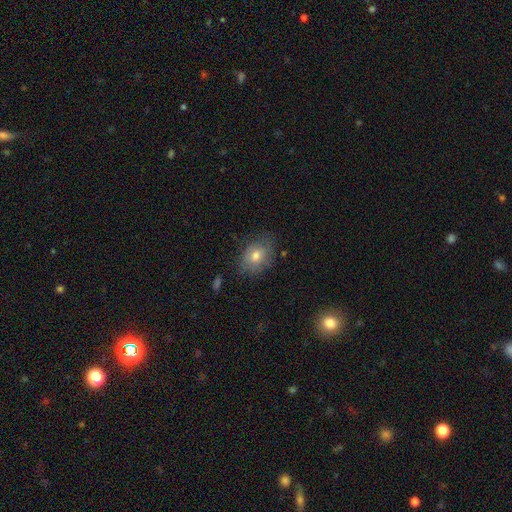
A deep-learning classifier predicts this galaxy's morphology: A smooth galaxy with no disk features (71%) that is in between round and cigar-shaped (67%).

Vote fractions:
- Smooth or featured? smooth: 71% / featured or disk: 19% / star or artifact: 11%
- How rounded? in between: 67% / round: 32% / cigar-shaped: 1%
- Merging? none: 73% / minor disturbance: 20% / major disturbance: 5% / merger: 2%